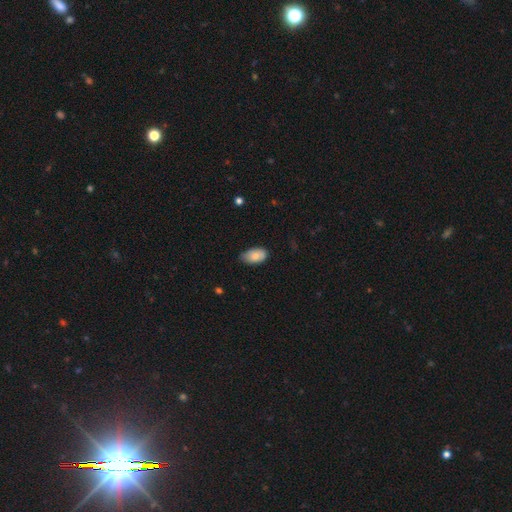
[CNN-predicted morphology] A smooth galaxy with no disk features (80%) that is in between round and cigar-shaped (93%). Merging: none (66%).